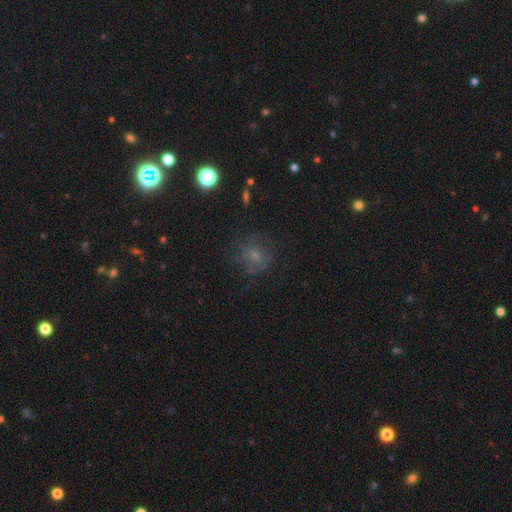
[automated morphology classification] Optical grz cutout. It shows a smooth galaxy with no disk features (51%) that is round (77%). Merging: none (66%).